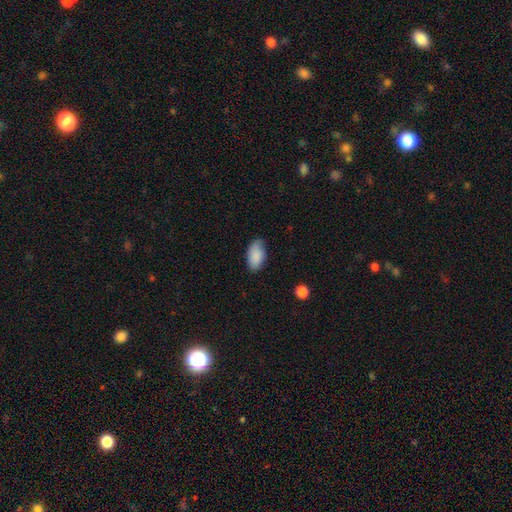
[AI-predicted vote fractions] smooth_or_featured: smooth (p=0.87) [alt: featured or disk p=0.07]
how_rounded: in between (p=0.94) [alt: round p=0.04]
merging: none (p=0.72) [alt: minor disturbance p=0.22]